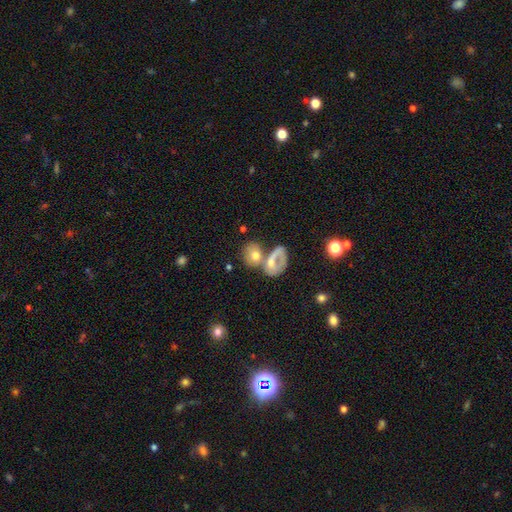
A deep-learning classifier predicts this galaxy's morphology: smooth 61%, featured or disk 28%, star or artifact 11%. Down the decision tree: how rounded — round (51%); merging — merger (51%).